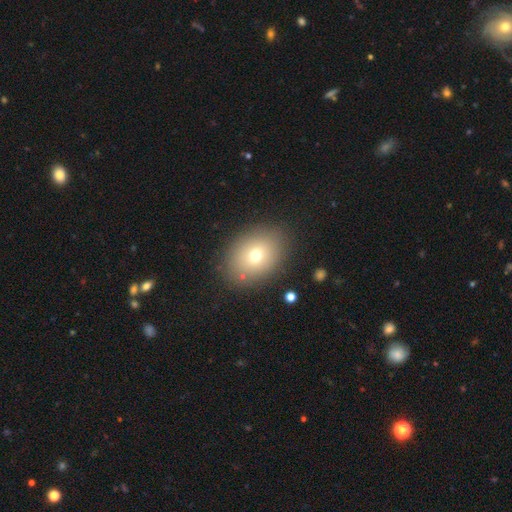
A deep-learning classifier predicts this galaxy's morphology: Smooth or featured?
  - smooth: 70% *
  - featured or disk: 17%
  - star or artifact: 13%
How rounded?
  - in between: 64% *
  - round: 35%
  - cigar-shaped: 1%
Merging?
  - none: 86% *
  - minor disturbance: 9%
  - major disturbance: 3%
  - merger: 2%